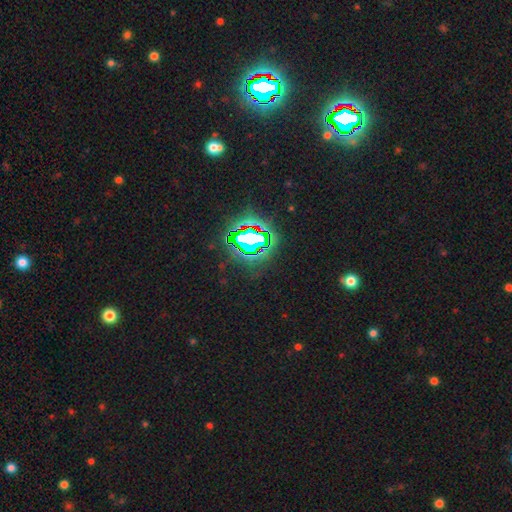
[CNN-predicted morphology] This is clearly a star or artifact rather than a galaxy (83%).